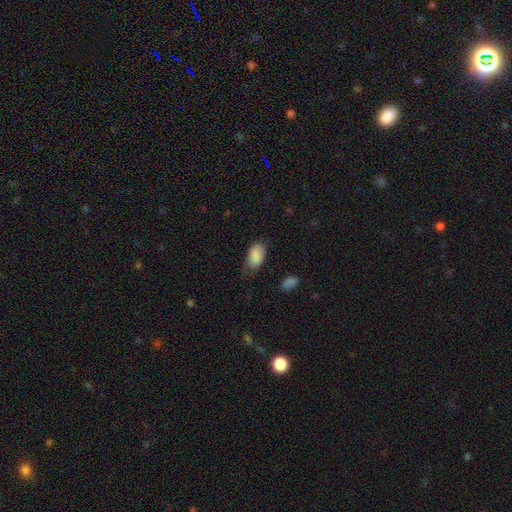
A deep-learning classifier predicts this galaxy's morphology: The model was most divided on "merging": none: 59%, minor disturbance: 31%, major disturbance: 8%, merger: 2%. More confident: how rounded — in between (93%); smooth or featured — smooth (87%).